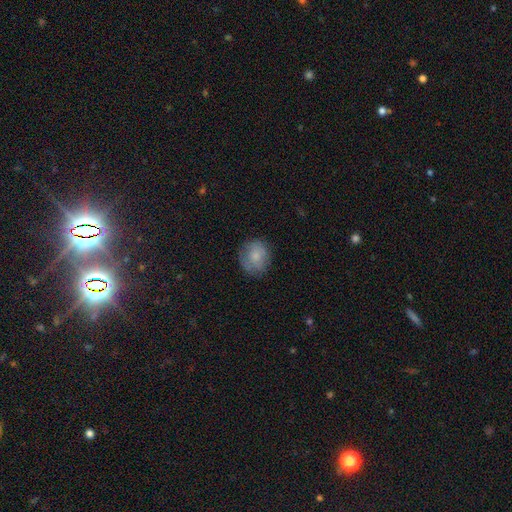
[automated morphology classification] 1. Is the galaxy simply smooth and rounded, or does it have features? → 78% smooth, 15% featured or disk, 8% star or artifact.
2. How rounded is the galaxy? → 76% round, 23% in between, 1% cigar-shaped.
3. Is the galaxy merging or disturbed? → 76% none, 18% minor disturbance, 5% major disturbance, 1% merger.